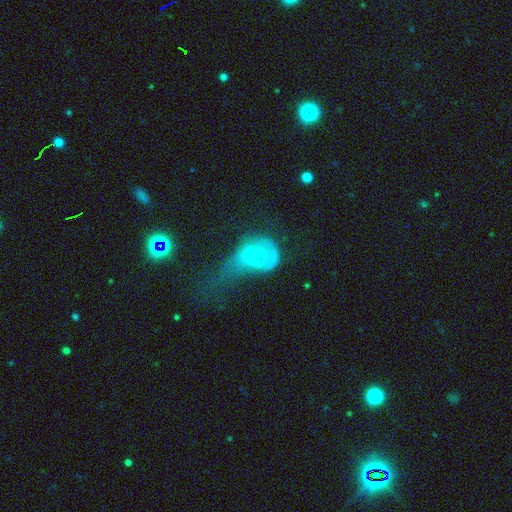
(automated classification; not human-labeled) Smooth or featured?
  - featured or disk: 49% *
  - smooth: 42%
  - star or artifact: 9%
Merging?
  - major disturbance: 63% *
  - minor disturbance: 14%
  - none: 13%
  - merger: 10%